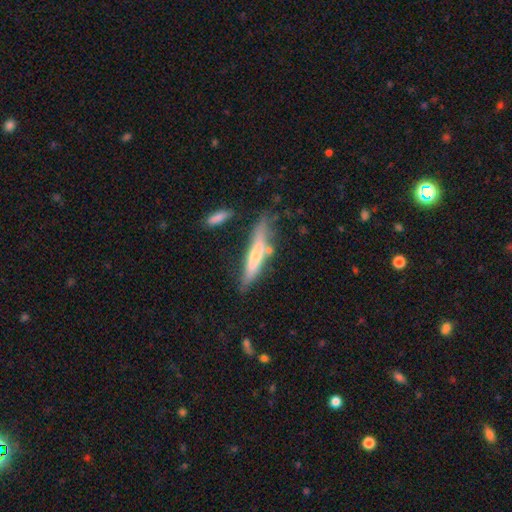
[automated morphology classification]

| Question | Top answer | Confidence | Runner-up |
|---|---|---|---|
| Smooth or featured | smooth | 52% | featured or disk (42%) |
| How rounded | cigar-shaped | 87% | in between (12%) |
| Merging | none | 58% | minor disturbance (23%) |